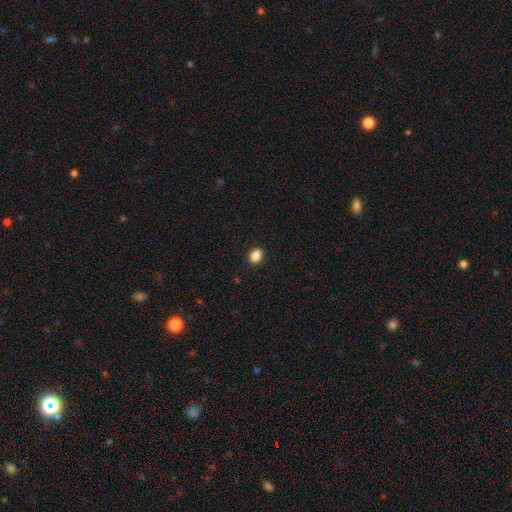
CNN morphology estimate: A smooth galaxy with no disk features (86%) that is in between round and cigar-shaped (58%). Merging: none (90%).